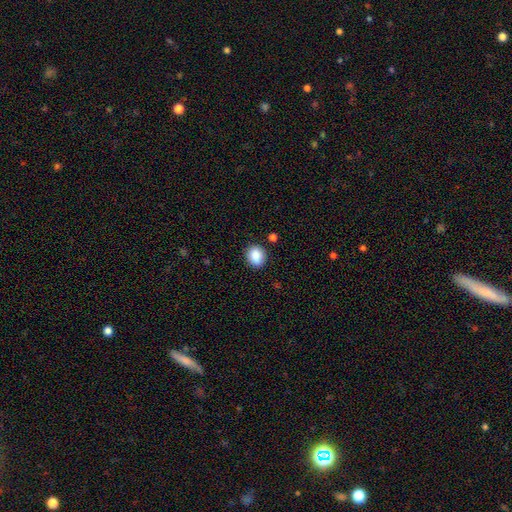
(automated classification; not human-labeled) smooth_or_featured: smooth (p=0.87) [alt: star or artifact p=0.09]
how_rounded: round (p=0.67) [alt: in between p=0.32]
merging: none (p=0.87) [alt: minor disturbance p=0.09]